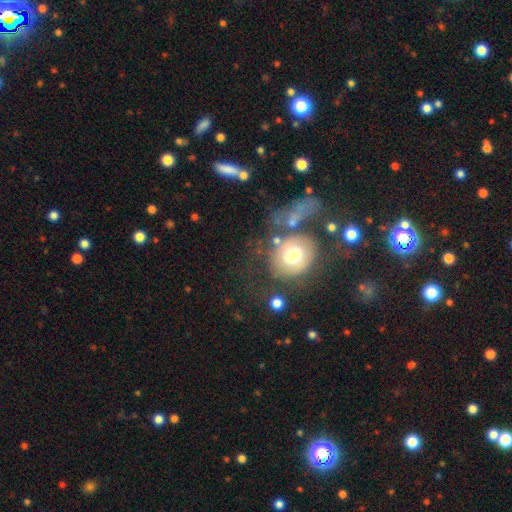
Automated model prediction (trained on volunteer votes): Smooth or featured: smooth — 47% (featured or disk — 28%)
Merging: none — 57% (major disturbance — 16%)